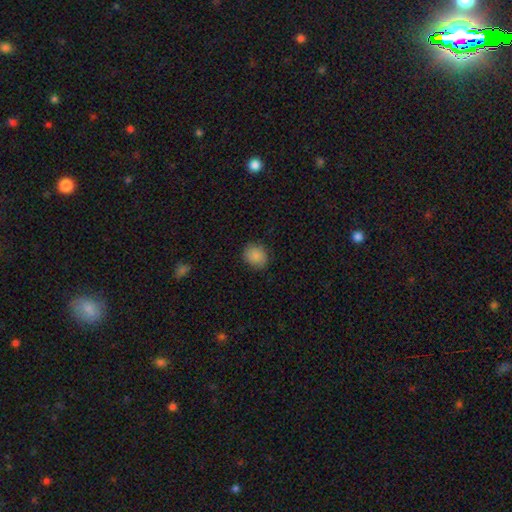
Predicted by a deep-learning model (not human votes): A smooth galaxy with no disk features (87%) that is round (69%).

Vote fractions:
- Smooth or featured? smooth: 87% / star or artifact: 9% / featured or disk: 4%
- How rounded? round: 69% / in between: 31% / cigar-shaped: 1%
- Merging? none: 85% / minor disturbance: 12% / major disturbance: 3% / merger: 1%